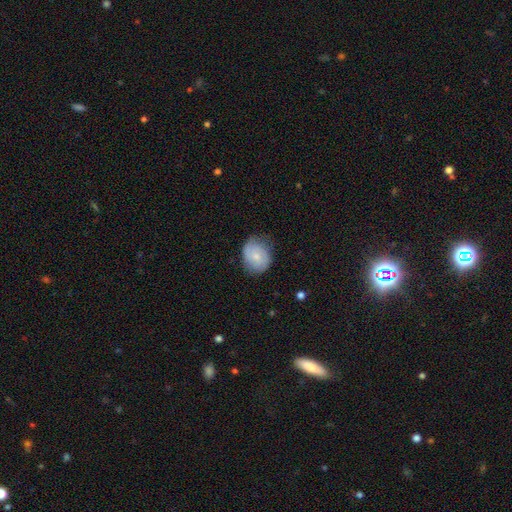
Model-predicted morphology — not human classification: Smooth or featured? Predicted: smooth (p=0.60). How rounded? Predicted: round (p=0.58). Merging? Predicted: none (p=0.63).